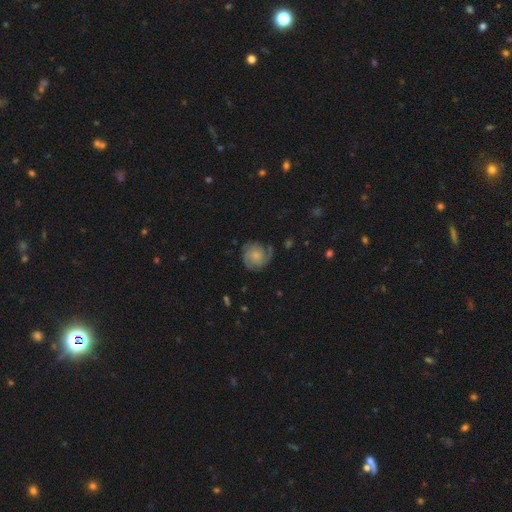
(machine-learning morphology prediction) The model was most divided on "spiral arm count": 2: 28%, can't tell: 27%, 3: 27%, 4: 7%, 1: 6%, more than 4: 5%. Remaining: edge-on disk — no (98%); spiral arms — yes (91%); bar — no (75%); merging — none (70%); smooth or featured — featured or disk (63%); spiral winding — tight (50%); bulge size — small (43%).